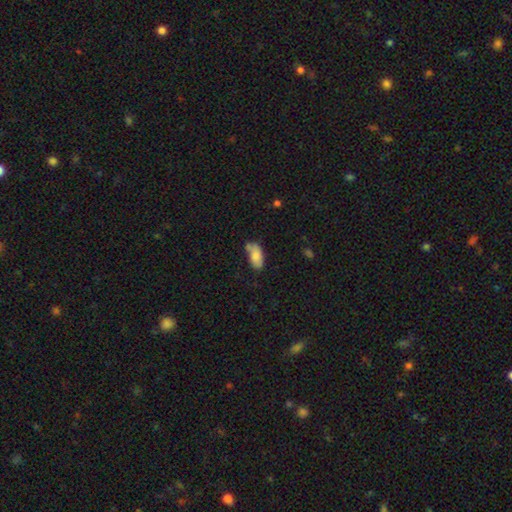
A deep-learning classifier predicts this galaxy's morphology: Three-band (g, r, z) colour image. It shows a smooth galaxy with no disk features (78%) that is in between round and cigar-shaped (91%). Merging: none (53%).